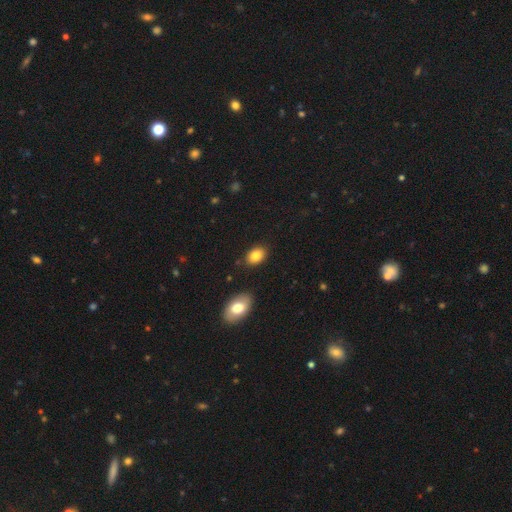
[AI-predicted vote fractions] Smooth or featured? Predicted: smooth (p=0.83). How rounded? Predicted: in between (p=0.83). Merging? Predicted: none (p=0.85).